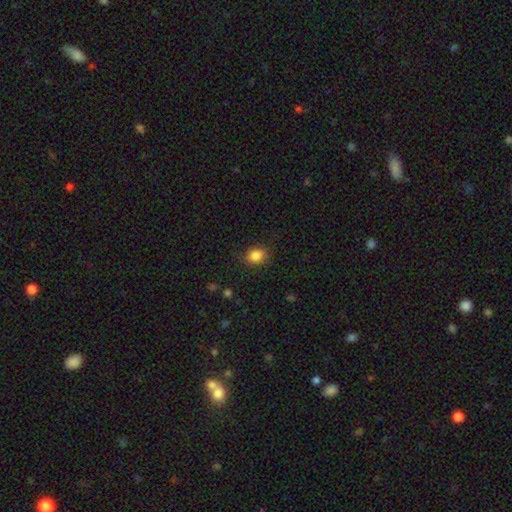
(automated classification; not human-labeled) Smooth or featured: smooth — 86% (star or artifact — 10%)
How rounded: round — 61% (in between — 38%)
Merging: none — 83% (minor disturbance — 12%)